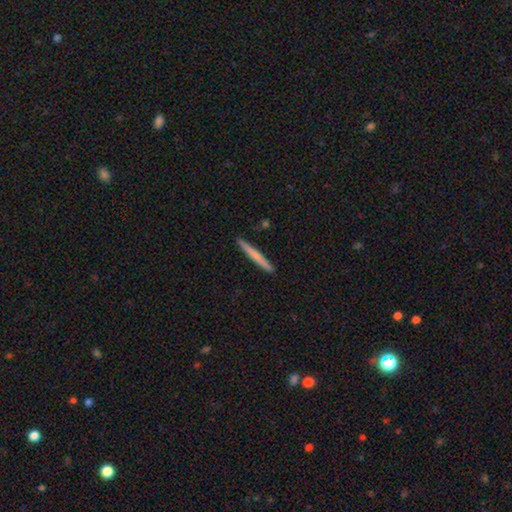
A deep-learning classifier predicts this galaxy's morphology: Q: Smooth or featured?
A: smooth (62%); runner-up: featured or disk (32%)
Q: How rounded?
A: cigar-shaped (97%); runner-up: in between (2%)
Q: Merging?
A: none (93%); runner-up: minor disturbance (5%)